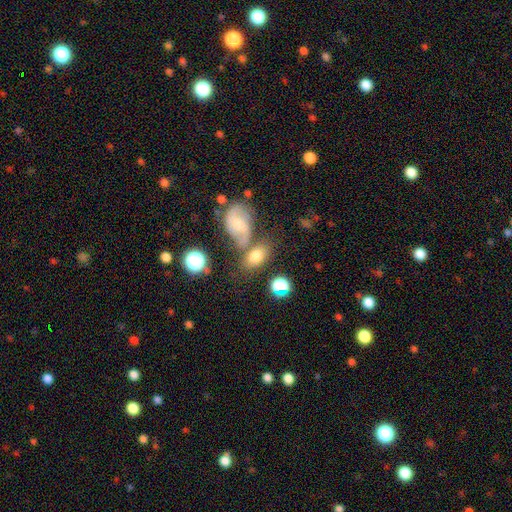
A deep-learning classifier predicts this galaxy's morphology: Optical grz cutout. It shows a smooth galaxy with no disk features (70%) that is in between round and cigar-shaped (84%). Merging: none (48%).